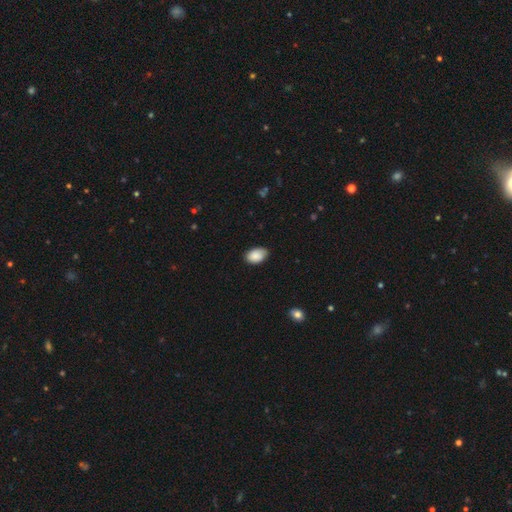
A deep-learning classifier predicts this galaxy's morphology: Smooth or featured? smooth (88%)
How rounded? in between (90%)
Merging? none (77%)